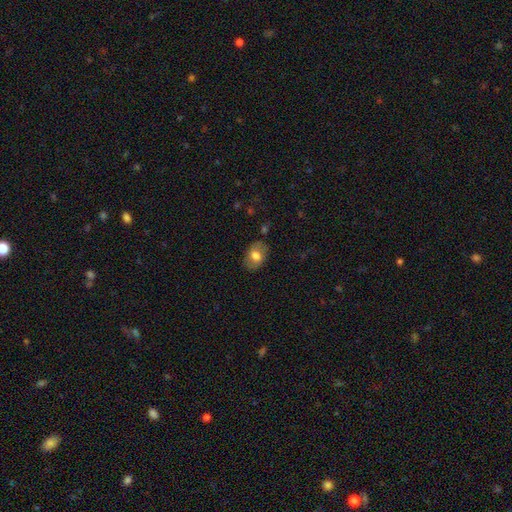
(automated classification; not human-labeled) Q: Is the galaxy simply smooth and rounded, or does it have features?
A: smooth — 72%.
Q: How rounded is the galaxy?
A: in between — 80%.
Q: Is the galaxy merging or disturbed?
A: none — 81%.